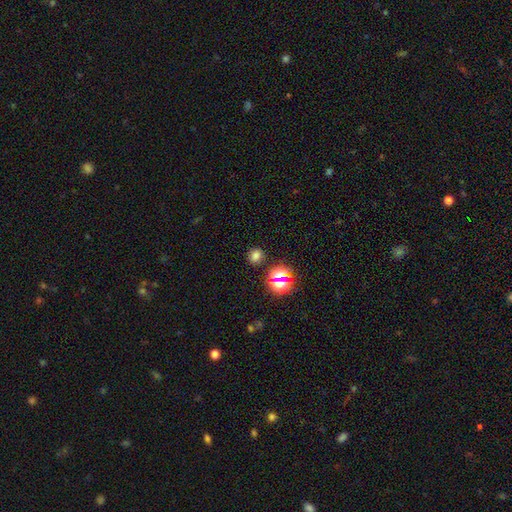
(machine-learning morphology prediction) The model was most divided on "how rounded": round: 62%, in between: 36%, cigar-shaped: 1%. More confident: merging — none (83%); smooth or featured — smooth (67%).